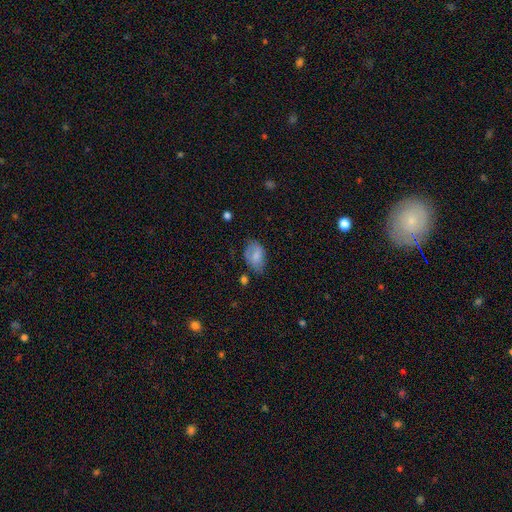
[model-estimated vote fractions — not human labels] This appears to be a smooth galaxy with no disk features (72%) that is in between round and cigar-shaped (86%). Merging: none (48%).